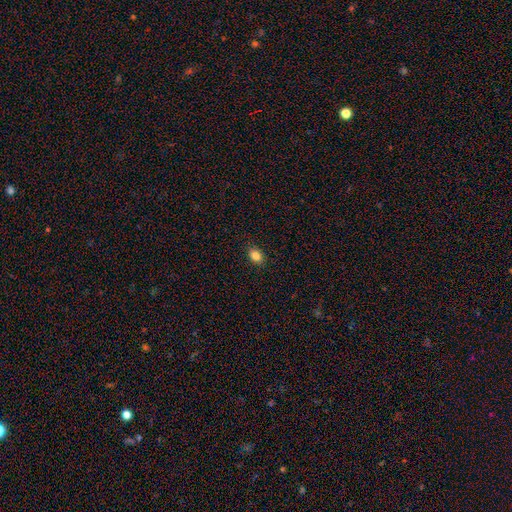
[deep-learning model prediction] Smooth or featured?
  - smooth: 85% *
  - star or artifact: 10%
  - featured or disk: 5%
How rounded?
  - in between: 74% *
  - round: 25%
  - cigar-shaped: 1%
Merging?
  - none: 89% *
  - minor disturbance: 8%
  - major disturbance: 2%
  - merger: 1%